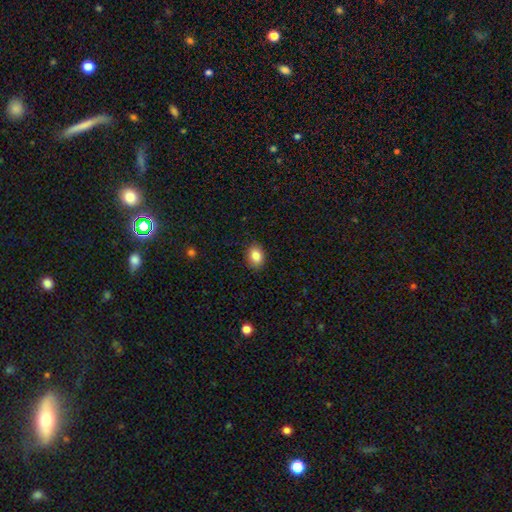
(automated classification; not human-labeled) A smooth galaxy with no disk features (86%) that is in between round and cigar-shaped (72%).

Vote fractions:
- Smooth or featured? smooth: 86% / star or artifact: 8% / featured or disk: 5%
- How rounded? in between: 72% / round: 27% / cigar-shaped: 1%
- Merging? none: 88% / minor disturbance: 9% / major disturbance: 2% / merger: 1%